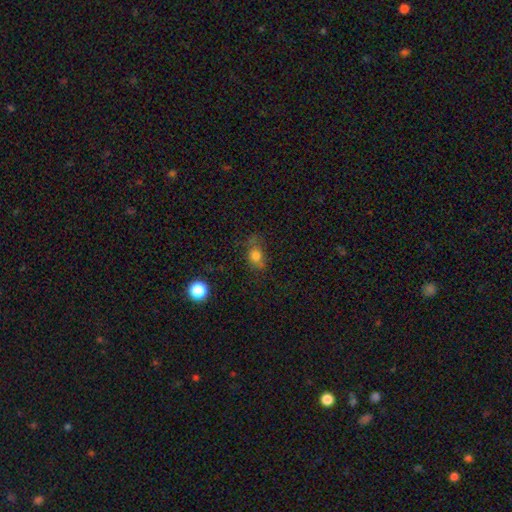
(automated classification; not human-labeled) Smooth or featured: smooth — 73% (star or artifact — 16%)
How rounded: in between — 49% (round — 48%)
Merging: none — 54% (minor disturbance — 25%)